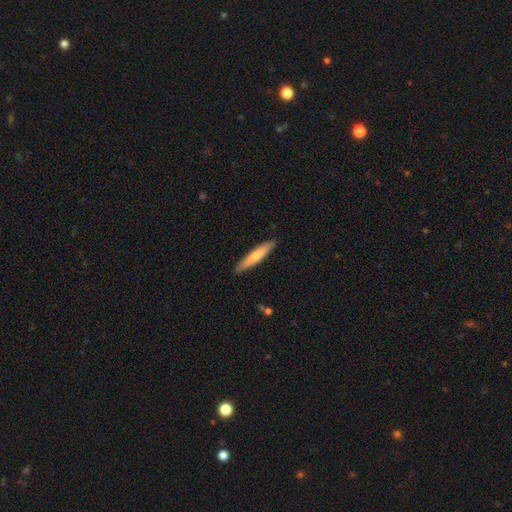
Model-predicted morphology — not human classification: A smooth galaxy with no disk features (62%) that is cigar-shaped (89%).

Vote fractions:
- Smooth or featured? smooth: 62% / featured or disk: 32% / star or artifact: 5%
- How rounded? cigar-shaped: 89% / in between: 10% / round: 1%
- Merging? none: 89% / minor disturbance: 8% / major disturbance: 1% / merger: 1%